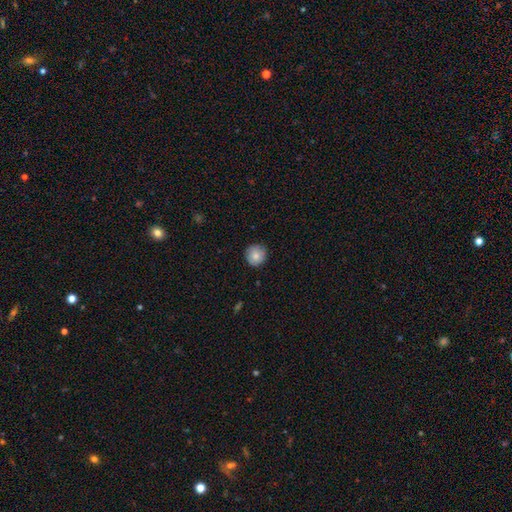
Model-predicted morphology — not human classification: A smooth galaxy with no disk features (82%) that is round (93%).

Vote fractions:
- Smooth or featured? smooth: 82% / featured or disk: 10% / star or artifact: 8%
- How rounded? round: 93% / in between: 6% / cigar-shaped: 1%
- Merging? none: 85% / minor disturbance: 12% / major disturbance: 2% / merger: 1%